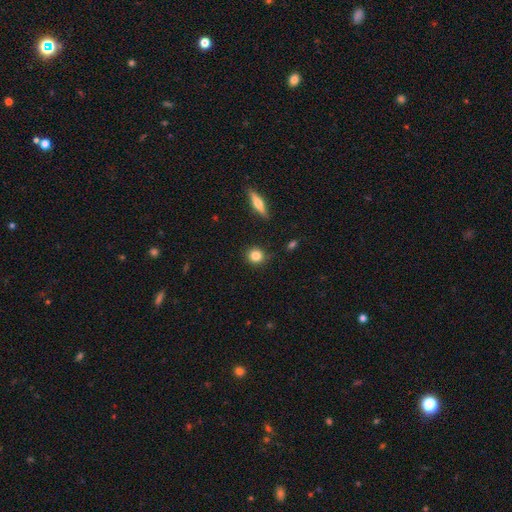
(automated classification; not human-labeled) A smooth galaxy with no disk features (83%) that is round (88%).

Vote fractions:
- Smooth or featured? smooth: 83% / star or artifact: 9% / featured or disk: 8%
- How rounded? round: 88% / in between: 10% / cigar-shaped: 2%
- Merging? none: 88% / minor disturbance: 8% / major disturbance: 2% / merger: 2%